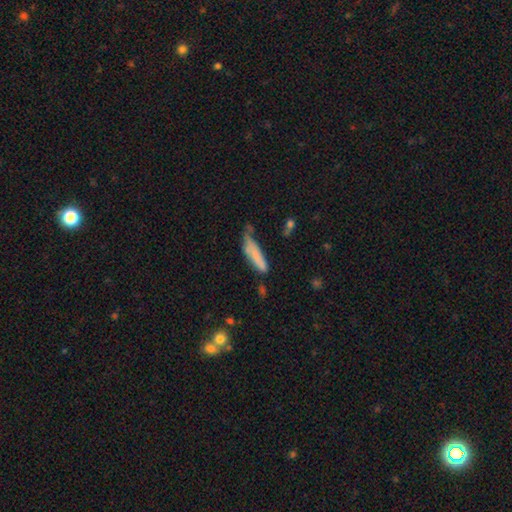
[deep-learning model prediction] The model was most divided on "merging": none: 37%, minor disturbance: 35%, major disturbance: 18%, merger: 10%. More confident: how rounded — cigar-shaped (73%); smooth or featured — smooth (69%).